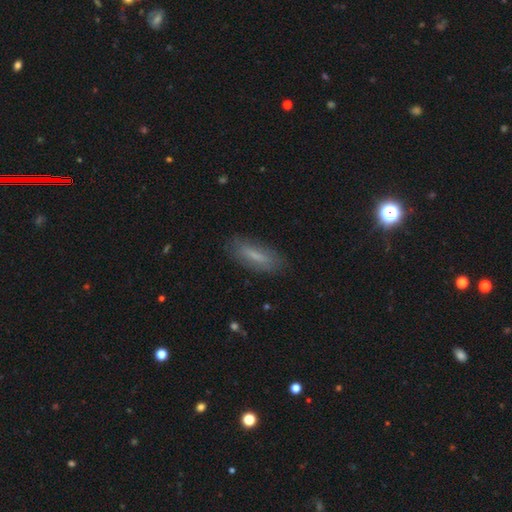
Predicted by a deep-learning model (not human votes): This is likely a smooth galaxy (65%). How rounded: possibly cigar-shaped (57%). Merging: clearly none (81%).